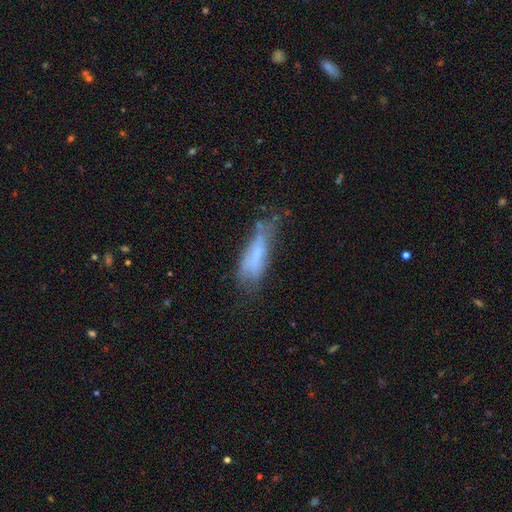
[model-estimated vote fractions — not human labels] Smooth or featured: smooth — 58% (featured or disk — 32%)
How rounded: cigar-shaped — 51% (in between — 47%)
Merging: none — 40% (minor disturbance — 33%)